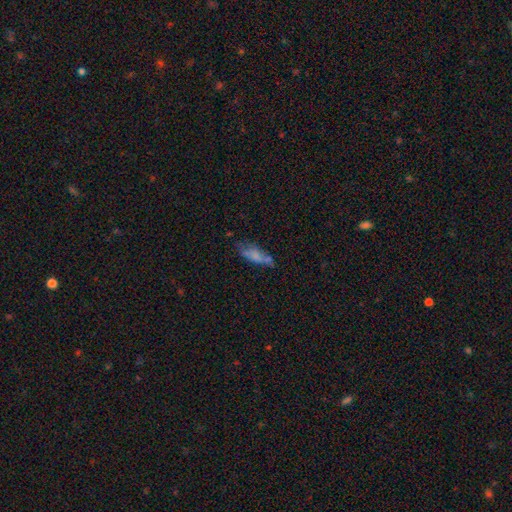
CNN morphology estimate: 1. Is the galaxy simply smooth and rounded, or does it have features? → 64% smooth, 26% featured or disk, 11% star or artifact.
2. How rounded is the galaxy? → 54% in between, 43% cigar-shaped, 3% round.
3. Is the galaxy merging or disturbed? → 47% none, 27% minor disturbance, 15% major disturbance, 12% merger.